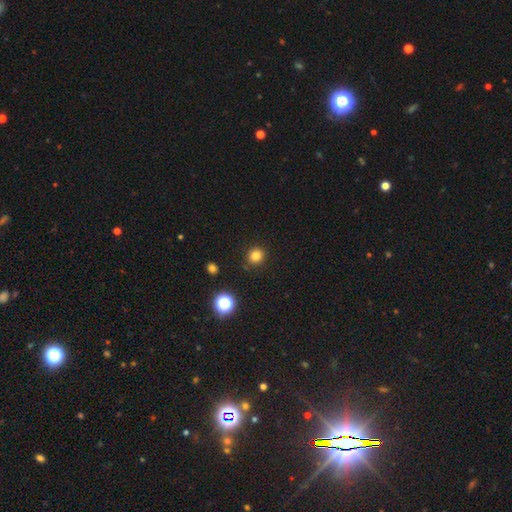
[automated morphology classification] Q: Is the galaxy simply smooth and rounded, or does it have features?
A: smooth — 80%.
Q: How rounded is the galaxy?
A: round — 91%.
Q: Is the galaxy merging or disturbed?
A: none — 89%.